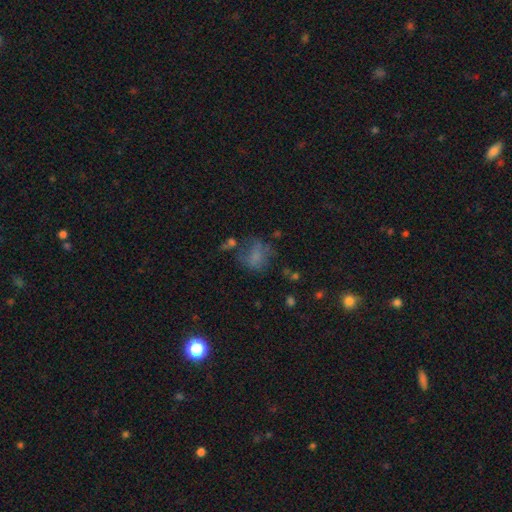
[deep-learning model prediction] This is likely a smooth galaxy (60%). How rounded: possibly round (55%). Merging: marginally none (42%).